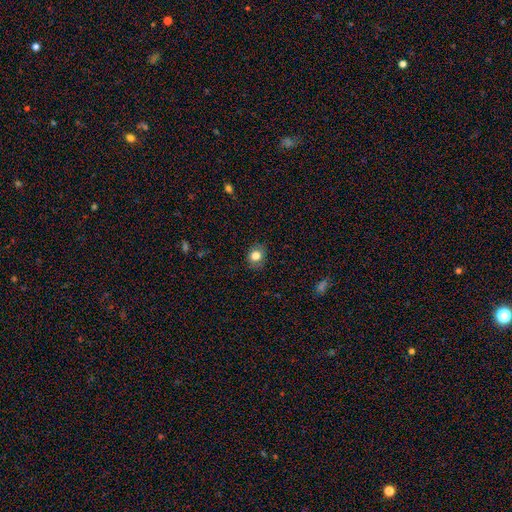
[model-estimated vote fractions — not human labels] Morphology: type=smooth (81%); roundness=round (61%); merging=none (83%).